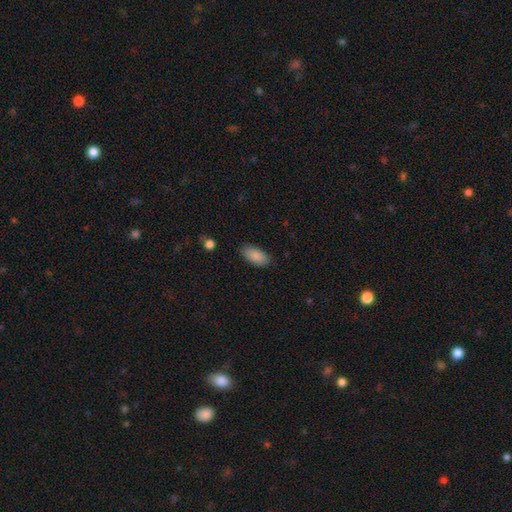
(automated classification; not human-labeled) Overall: smooth (88%). How rounded: in between (92%). Merging: none (85%).